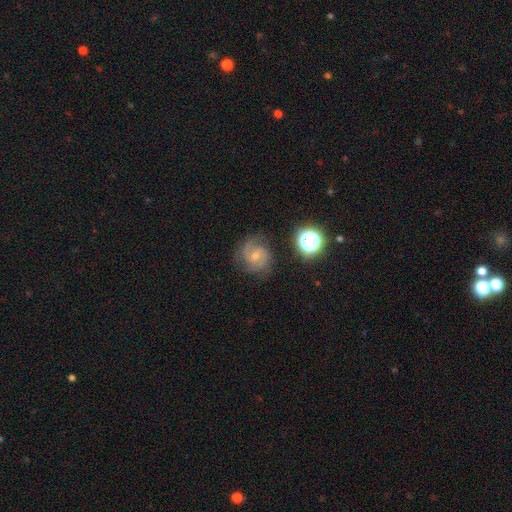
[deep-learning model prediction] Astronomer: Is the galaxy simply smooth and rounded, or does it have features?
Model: featured or disk — 69%.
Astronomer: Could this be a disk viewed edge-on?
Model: no — 98%.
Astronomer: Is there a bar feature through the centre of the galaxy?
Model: no — 56% (runner-up: weak, 37%).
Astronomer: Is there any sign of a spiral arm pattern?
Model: yes — 93%.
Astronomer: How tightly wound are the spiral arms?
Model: medium — 47% (runner-up: tight, 39%).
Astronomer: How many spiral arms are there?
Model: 2 — 65%.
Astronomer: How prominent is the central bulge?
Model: small — 47% (runner-up: moderate, 46%).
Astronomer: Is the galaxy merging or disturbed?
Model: none — 70%.